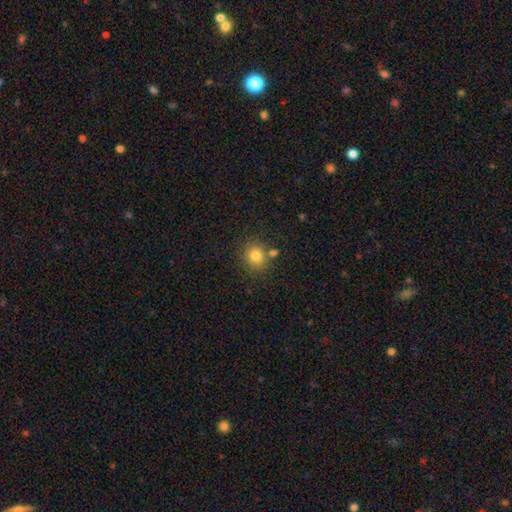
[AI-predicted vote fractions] Smooth or featured? Predicted: smooth (p=0.82). How rounded? Predicted: round (p=0.81). Merging? Predicted: none (p=0.73).